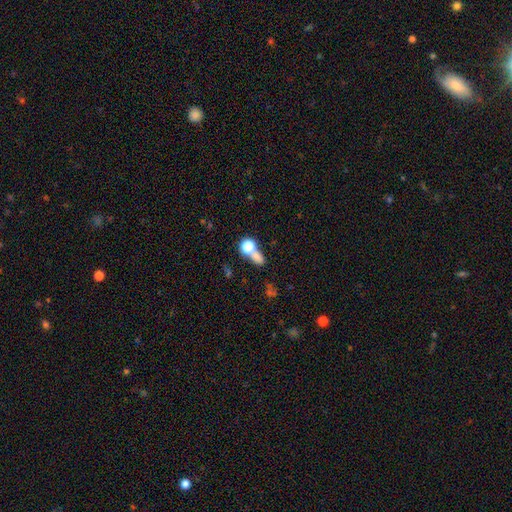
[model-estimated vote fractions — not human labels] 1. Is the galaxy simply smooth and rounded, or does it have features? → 68% smooth, 19% star or artifact, 13% featured or disk.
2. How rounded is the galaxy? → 54% round, 40% in between, 6% cigar-shaped.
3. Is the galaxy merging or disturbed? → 47% merger, 36% none, 9% minor disturbance, 8% major disturbance.